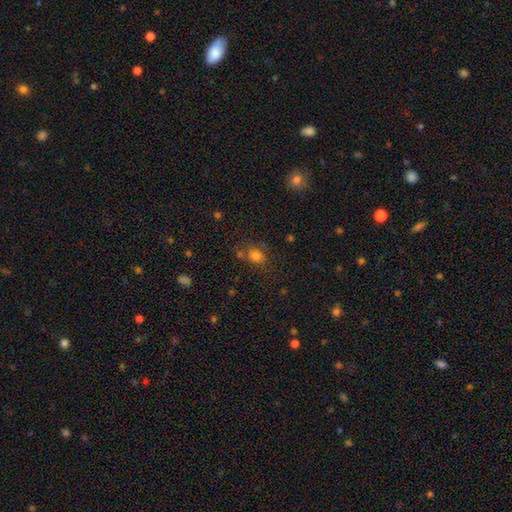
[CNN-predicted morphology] A smooth galaxy with no disk features (77%) that is round (59%). Merging: none (65%).